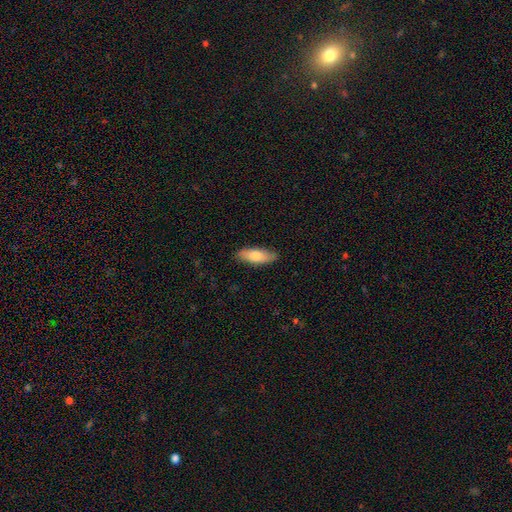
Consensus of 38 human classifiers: Smooth or featured? smooth (82%)
How rounded? in between (77%)
Merging? none (86%)